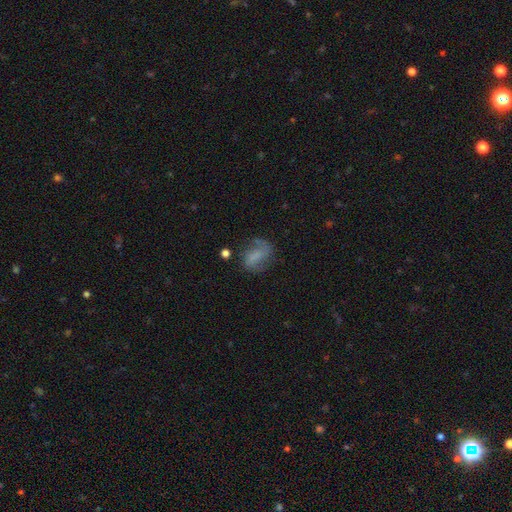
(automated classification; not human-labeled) Morphology: type=featured or disk (52%); edge-on=no (96%); merging=none (55%).